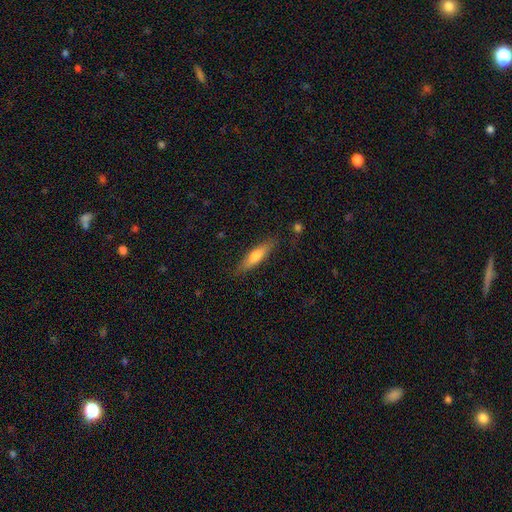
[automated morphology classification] smooth 61%, featured or disk 33%, star or artifact 6%. Down the decision tree: how rounded — cigar-shaped (74%); merging — none (84%).